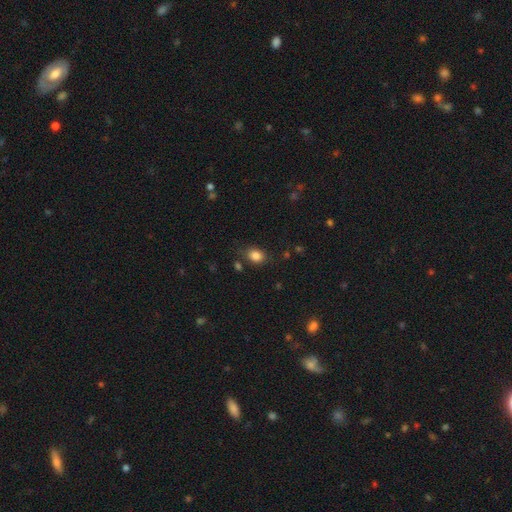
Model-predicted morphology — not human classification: A smooth galaxy with no disk features (84%) that is in between round and cigar-shaped (63%).

Vote fractions:
- Smooth or featured? smooth: 84% / star or artifact: 11% / featured or disk: 5%
- How rounded? in between: 63% / round: 36% / cigar-shaped: 1%
- Merging? none: 79% / minor disturbance: 14% / major disturbance: 4% / merger: 3%